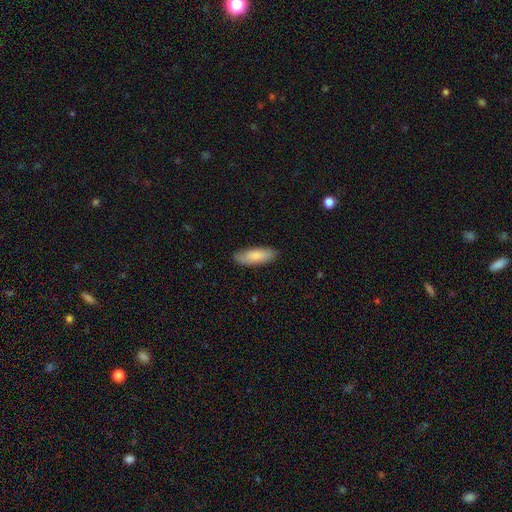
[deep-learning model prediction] Morphology: type=smooth (82%); roundness=in between (60%); merging=none (85%).